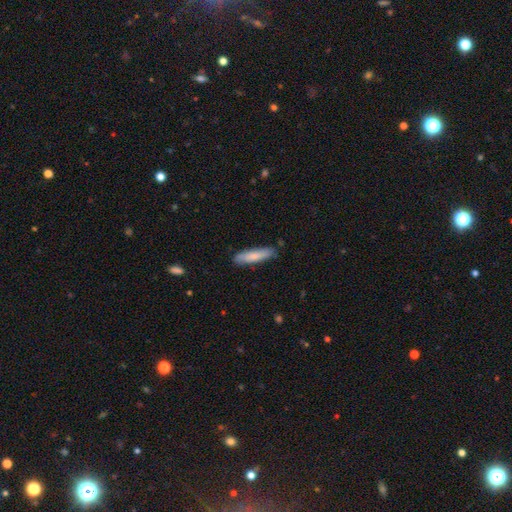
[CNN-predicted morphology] This is likely a smooth galaxy (79%). How rounded: likely cigar-shaped (75%). Merging: clearly none (82%).